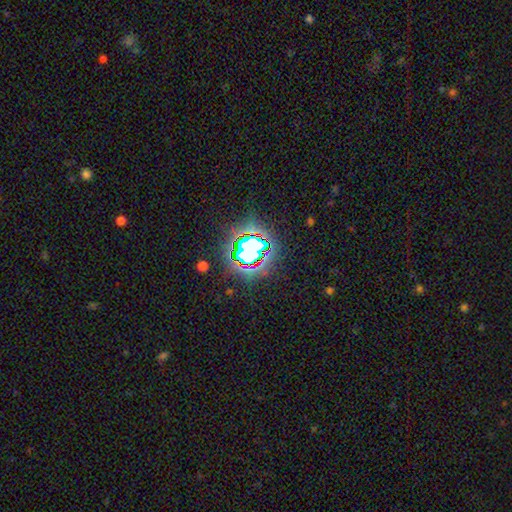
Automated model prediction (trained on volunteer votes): Smooth or featured?
  - star or artifact: 78% *
  - smooth: 13%
  - featured or disk: 9%